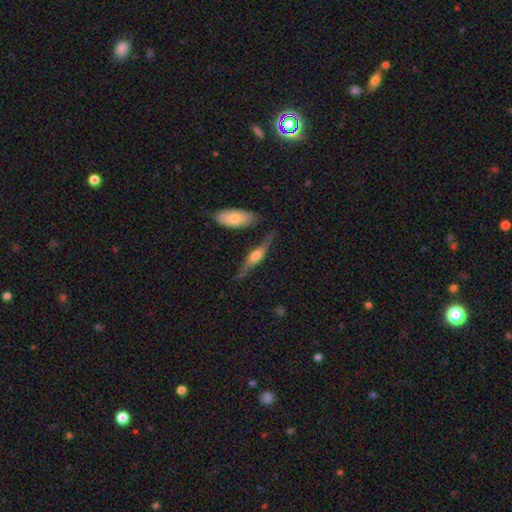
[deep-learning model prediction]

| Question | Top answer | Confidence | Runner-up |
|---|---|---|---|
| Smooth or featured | featured or disk | 64% | smooth (29%) |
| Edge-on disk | yes | 89% | no (11%) |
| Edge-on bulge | rounded | 79% | boxy (15%) |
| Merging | none | 70% | minor disturbance (18%) |